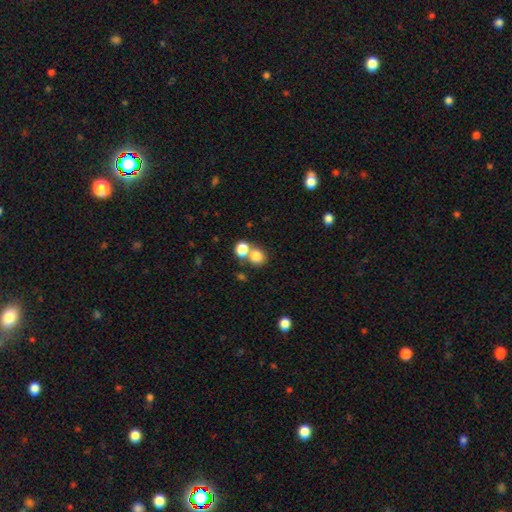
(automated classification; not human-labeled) This appears to be a smooth galaxy with no disk features (80%) that is round (76%). Merging: none (49%).